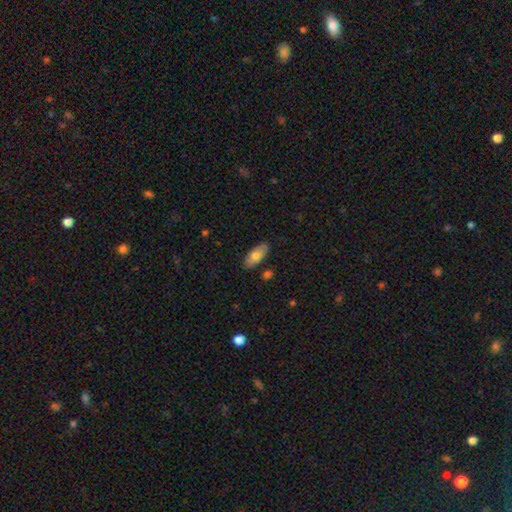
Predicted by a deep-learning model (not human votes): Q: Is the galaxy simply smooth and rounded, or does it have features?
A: smooth — 70%.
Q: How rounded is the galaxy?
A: in between — 87%.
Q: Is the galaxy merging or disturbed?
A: none — 84%.